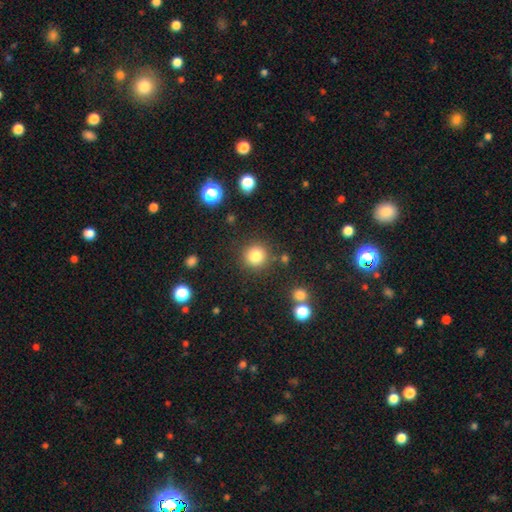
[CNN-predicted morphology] The model was most divided on "smooth or featured": smooth: 82%, star or artifact: 12%, featured or disk: 6%. More confident: how rounded — round (94%); merging — none (87%).